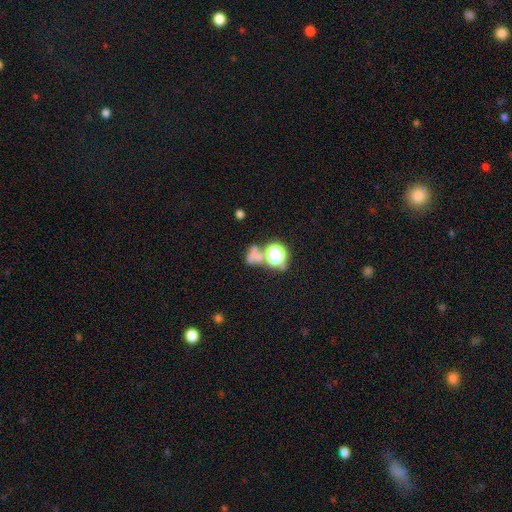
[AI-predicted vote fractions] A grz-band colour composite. It shows a smooth galaxy with no disk features (51%) that is round (60%). Merging: none (39%).